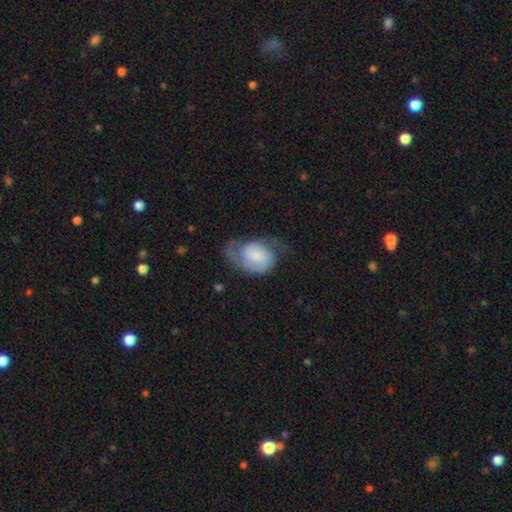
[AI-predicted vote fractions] Smooth or featured?
  - featured or disk: 61% *
  - smooth: 32%
  - star or artifact: 7%
Edge-on disk?
  - no: 97% *
  - yes: 3%
Bar?
  - no: 61% *
  - weak: 33%
  - strong: 7%
Spiral arms?
  - yes: 89% *
  - no: 11%
Spiral winding?
  - medium: 44% *
  - loose: 30%
  - tight: 26%
Spiral arm count?
  - 2: 76% *
  - 1: 12%
  - can't tell: 9%
  - 3: 2%
  - 4: 1%
  - more than 4: 1%
Bulge size?
  - small: 43% *
  - moderate: 27%
  - none: 13%
  - large: 12%
  - dominant: 5%
Merging?
  - none: 49% *
  - minor disturbance: 26%
  - major disturbance: 24%
  - merger: 2%